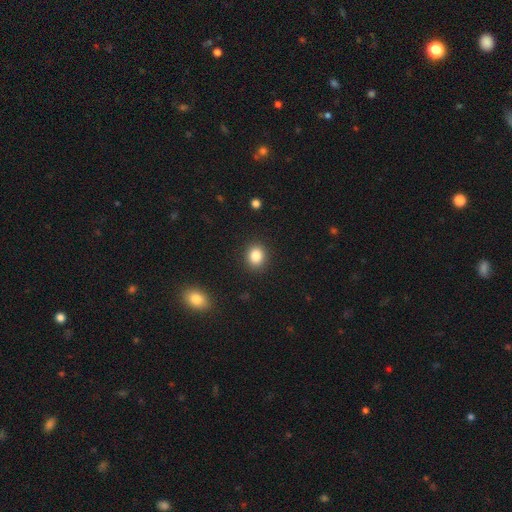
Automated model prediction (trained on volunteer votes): This appears to be a smooth galaxy with no disk features (84%) that is round (69%). Merging: none (91%).